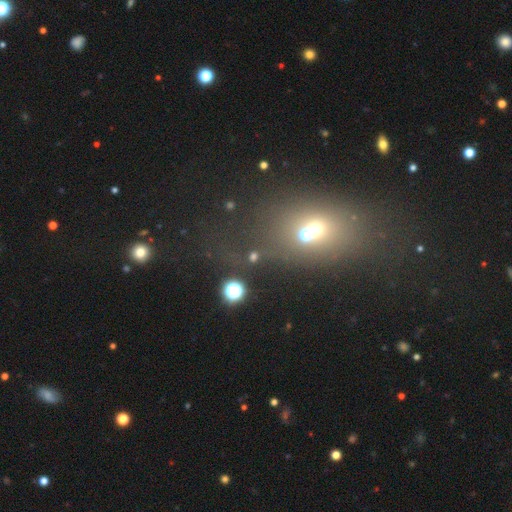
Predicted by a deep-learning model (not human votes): A star or artifact, not a galaxy (42%).

Vote fractions:
- Smooth or featured? star or artifact: 42% / smooth: 41% / featured or disk: 17%